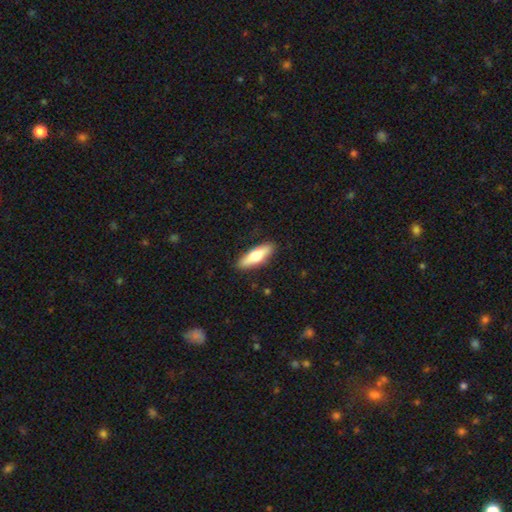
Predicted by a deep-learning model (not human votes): A smooth galaxy with no disk features (65%) that is cigar-shaped (56%).

Vote fractions:
- Smooth or featured? smooth: 65% / featured or disk: 30% / star or artifact: 5%
- How rounded? cigar-shaped: 56% / in between: 42% / round: 2%
- Merging? none: 89% / minor disturbance: 8% / major disturbance: 2% / merger: 1%